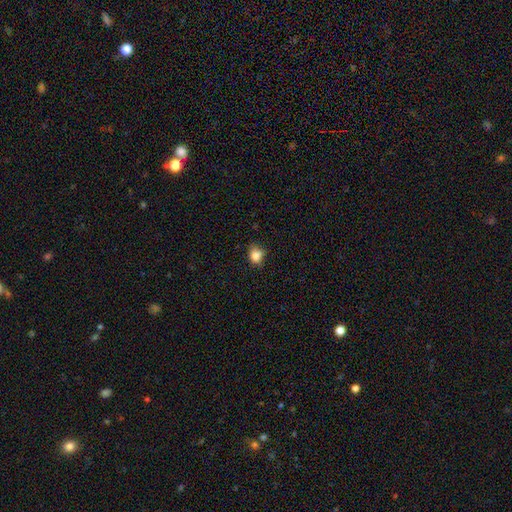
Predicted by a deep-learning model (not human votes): A smooth galaxy with no disk features (81%) that is round (52%). Merging: none (59%).